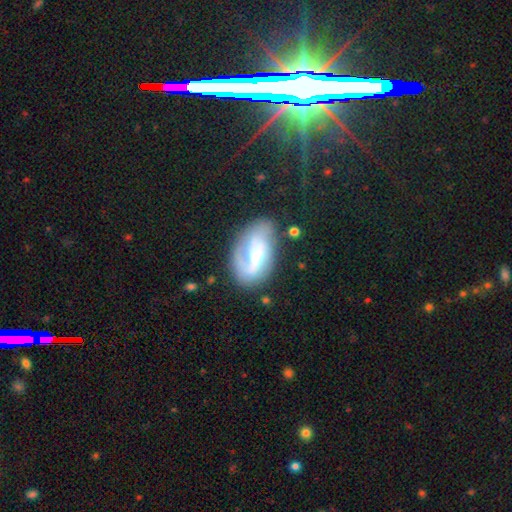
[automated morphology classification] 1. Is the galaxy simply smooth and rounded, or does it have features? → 72% featured or disk, 22% smooth, 6% star or artifact.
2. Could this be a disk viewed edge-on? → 96% no, 4% yes.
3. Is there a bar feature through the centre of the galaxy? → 46% weak, 36% no, 18% strong.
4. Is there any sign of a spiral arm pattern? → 89% yes, 11% no.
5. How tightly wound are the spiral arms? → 43% medium, 29% loose, 28% tight.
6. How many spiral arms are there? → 49% 2, 26% 1, 15% can't tell, 7% 3, 2% 4, 2% more than 4.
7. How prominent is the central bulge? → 49% moderate, 35% small, 10% large, 5% none, 2% dominant.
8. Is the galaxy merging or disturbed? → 62% none, 22% minor disturbance, 13% major disturbance, 3% merger.